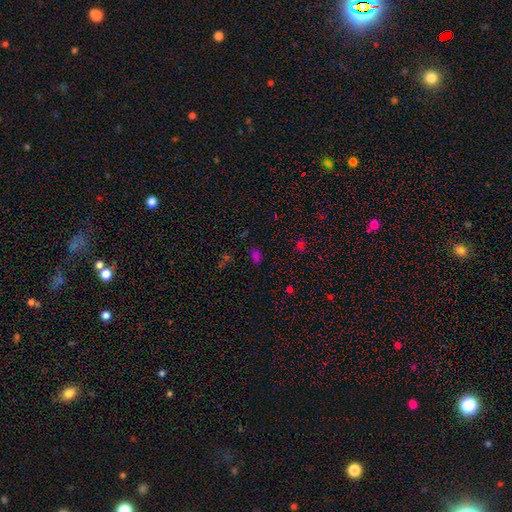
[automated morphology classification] Overall: smooth (63%; star or artifact 31%). How rounded: in between (86%). Merging: none (73%).